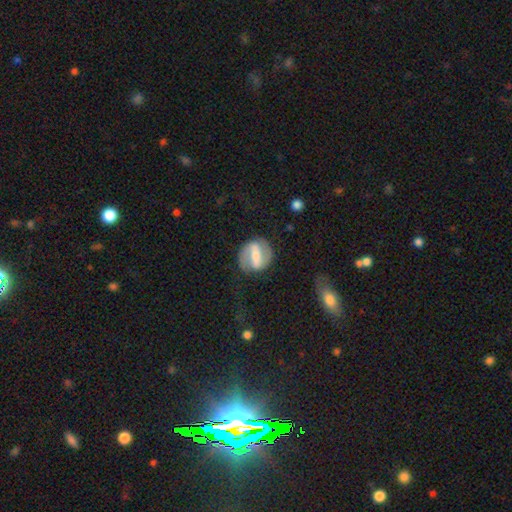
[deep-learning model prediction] This is likely a featured or disk galaxy (74%). It is clearly not viewed edge-on (96%). Bar: likely strong (69%). Spiral arm pattern: likely yes (76%). Spiral arm count: clearly 2 (88%). Spiral winding: possibly medium (45%). Central bulge: possibly moderate (47%). Merging: likely none (79%).